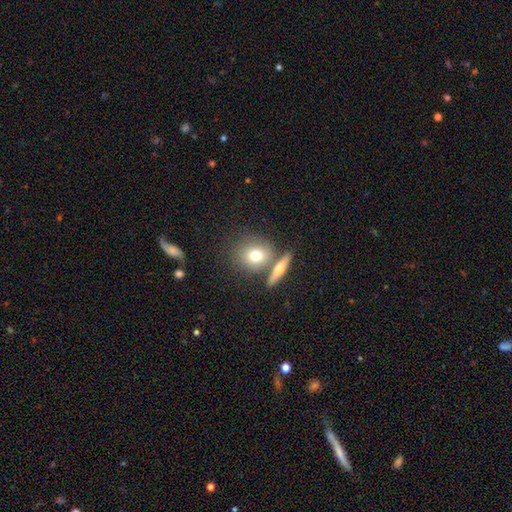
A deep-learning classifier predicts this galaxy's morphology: A smooth galaxy with no disk features (72%) that is round (70%).

Vote fractions:
- Smooth or featured? smooth: 72% / featured or disk: 20% / star or artifact: 8%
- How rounded? round: 70% / in between: 26% / cigar-shaped: 4%
- Merging? none: 61% / merger: 25% / minor disturbance: 10% / major disturbance: 4%